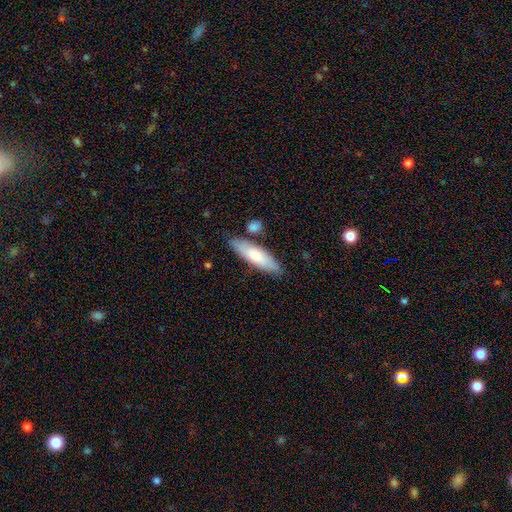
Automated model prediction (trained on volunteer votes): Smooth or featured: smooth — 74% (featured or disk — 21%)
How rounded: cigar-shaped — 58% (in between — 40%)
Merging: none — 78% (minor disturbance — 13%)